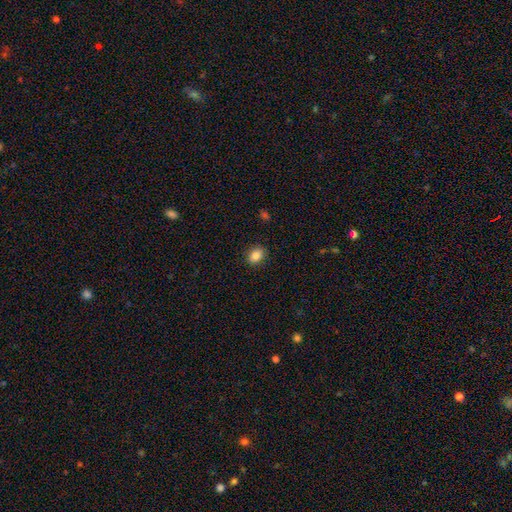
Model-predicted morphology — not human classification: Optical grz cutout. It shows a smooth galaxy with no disk features (85%) that is in between round and cigar-shaped (61%). Merging: none (89%).